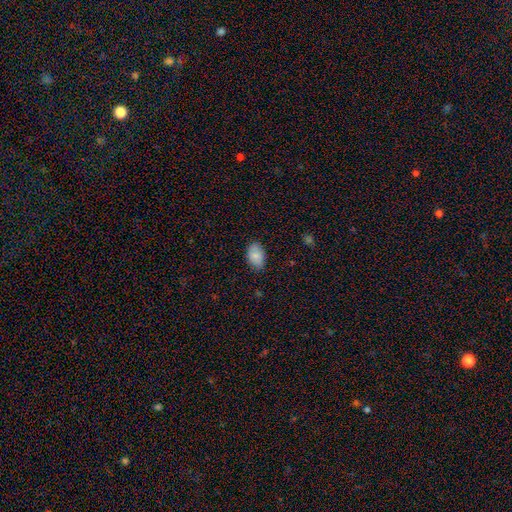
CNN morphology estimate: Q: Smooth or featured?
A: smooth (86%); runner-up: featured or disk (7%)
Q: How rounded?
A: in between (89%); runner-up: round (10%)
Q: Merging?
A: none (80%); runner-up: minor disturbance (16%)